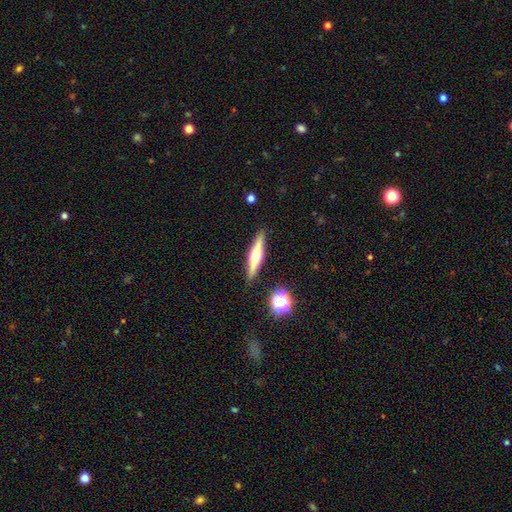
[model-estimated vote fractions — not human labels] A featured or disk galaxy (58%) viewed edge-on (95%) with a rounded central bulge (91%).

Vote fractions:
- Smooth or featured? featured or disk: 58% / smooth: 35% / star or artifact: 7%
- Edge-on disk? yes: 95% / no: 5%
- Edge-on bulge? rounded: 91% / boxy: 5% / none: 4%
- Merging? none: 89% / minor disturbance: 7% / merger: 2% / major disturbance: 2%